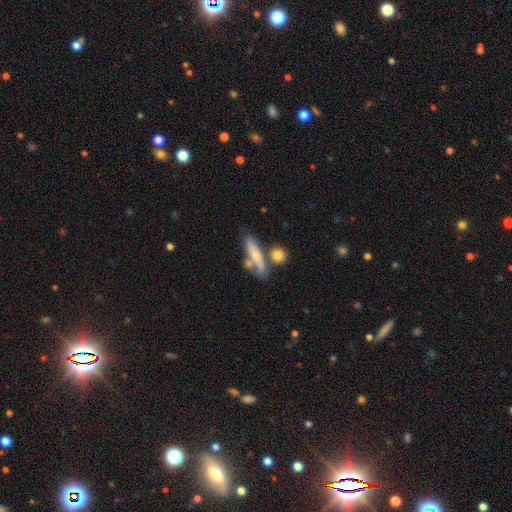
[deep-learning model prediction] This is possibly a smooth galaxy (57%). How rounded: likely cigar-shaped (67%). Merging: possibly none (55%).